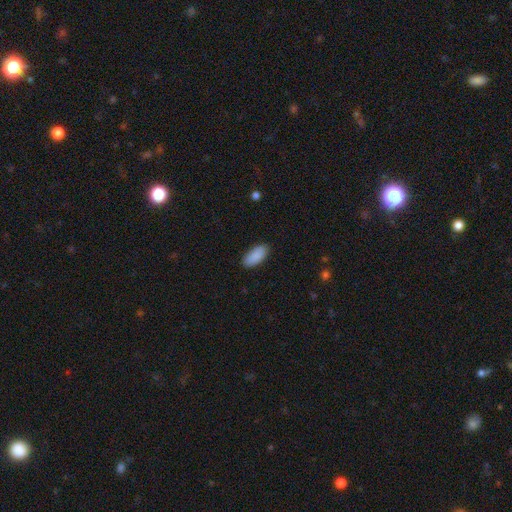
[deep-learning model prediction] Smooth or featured? Predicted: smooth (p=0.90). How rounded? Predicted: in between (p=0.90). Merging? Predicted: none (p=0.88).